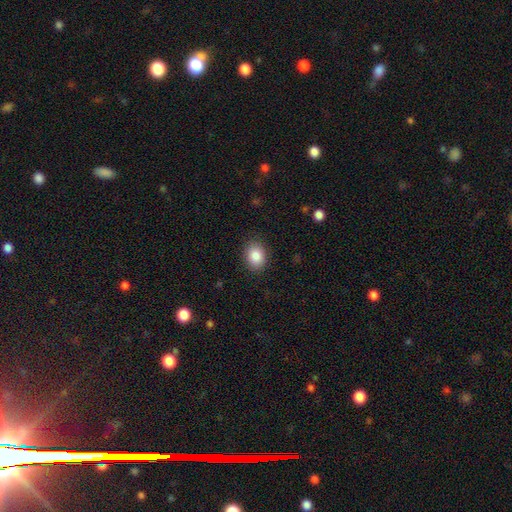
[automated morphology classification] This is clearly a smooth galaxy (87%). How rounded: possibly in between (58%). Merging: clearly none (88%).